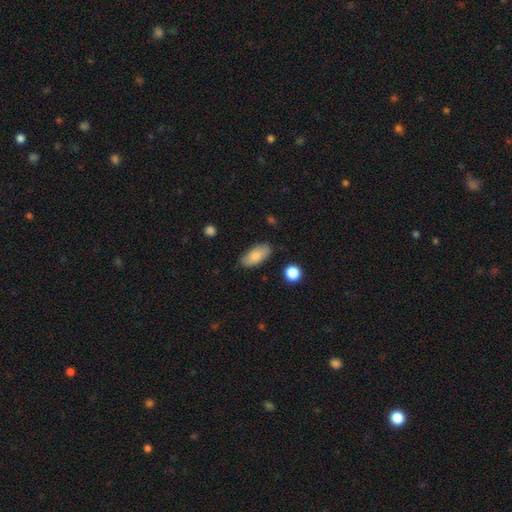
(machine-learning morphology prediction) type=smooth (82%); roundness=in between (91%); merging=none (80%).